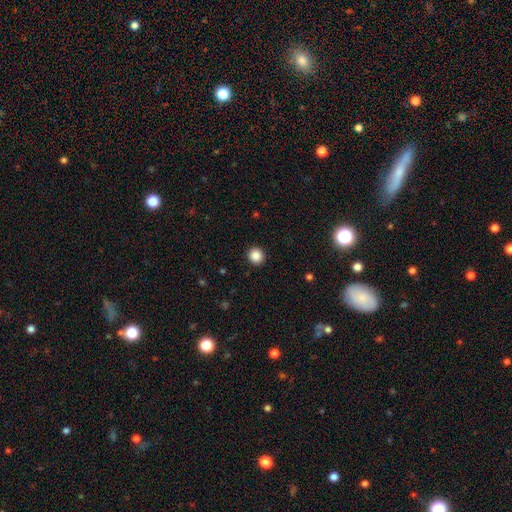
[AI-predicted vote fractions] smooth_or_featured: smooth (p=0.87) [alt: star or artifact p=0.10]
how_rounded: round (p=0.92) [alt: in between p=0.07]
merging: none (p=0.93) [alt: minor disturbance p=0.05]